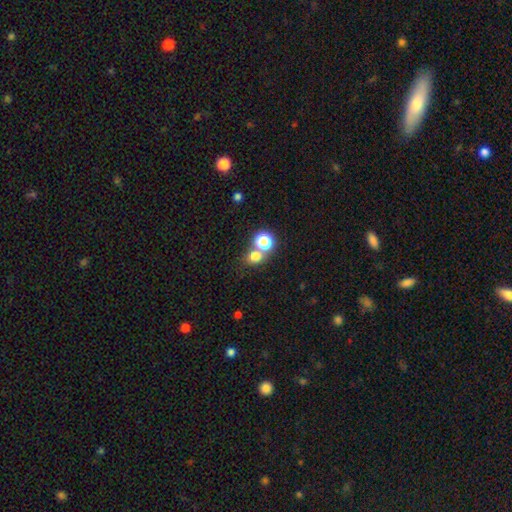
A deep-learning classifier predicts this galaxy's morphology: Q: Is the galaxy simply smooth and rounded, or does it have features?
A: smooth — 72%.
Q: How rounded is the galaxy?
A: round — 71%.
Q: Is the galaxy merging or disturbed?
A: none — 54%.